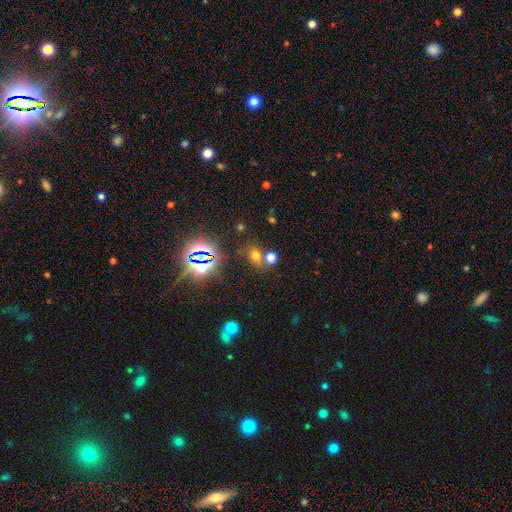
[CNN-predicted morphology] A smooth galaxy with no disk features (57%) that is in between round and cigar-shaped (57%). Merging: none (64%).